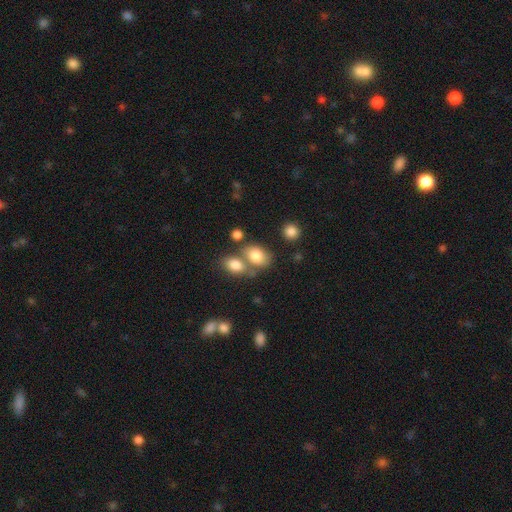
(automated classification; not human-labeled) smooth 81%, featured or disk 10%, star or artifact 9%. Down the decision tree: how rounded — in between (76%); merging — none (42%).